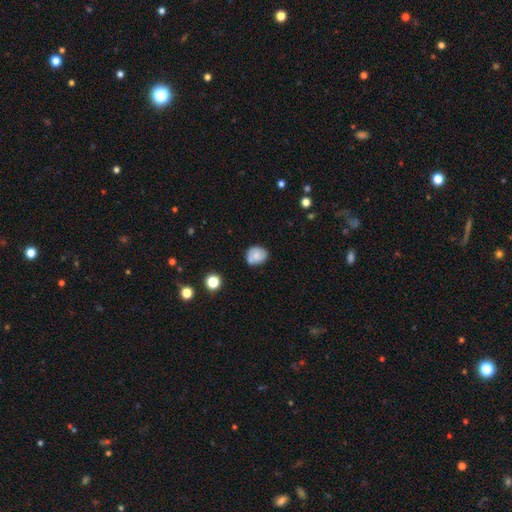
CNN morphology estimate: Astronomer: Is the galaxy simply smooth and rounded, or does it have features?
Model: smooth — 68%.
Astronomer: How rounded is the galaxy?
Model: round — 66%.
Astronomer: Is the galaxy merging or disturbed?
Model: none — 68%.